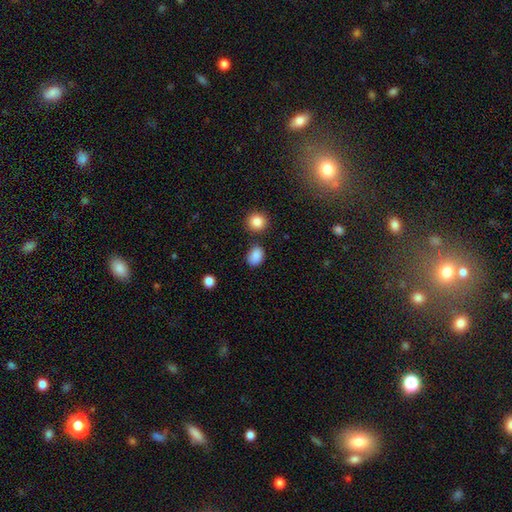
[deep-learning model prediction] Q: Smooth or featured?
A: smooth (87%); runner-up: star or artifact (10%)
Q: How rounded?
A: in between (62%); runner-up: round (37%)
Q: Merging?
A: none (77%); runner-up: minor disturbance (13%)